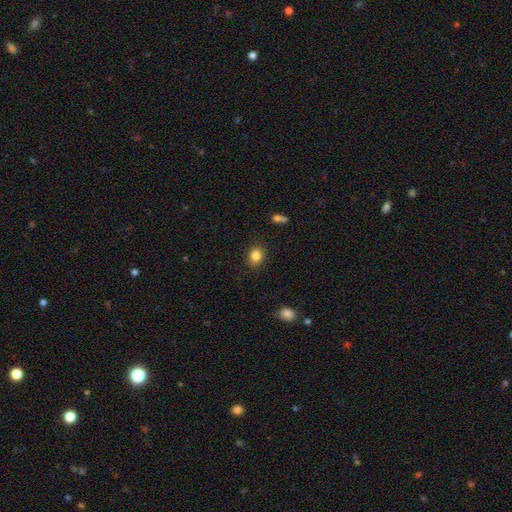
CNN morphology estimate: A smooth galaxy with no disk features (85%) that is round (61%).

Vote fractions:
- Smooth or featured? smooth: 85% / star or artifact: 10% / featured or disk: 5%
- How rounded? round: 61% / in between: 38% / cigar-shaped: 1%
- Merging? none: 88% / minor disturbance: 8% / major disturbance: 2% / merger: 1%